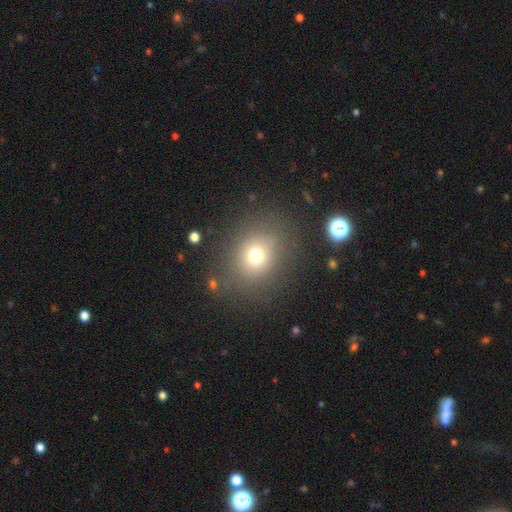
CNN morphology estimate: A smooth galaxy with no disk features (71%) that is round (67%). Merging: none (81%).